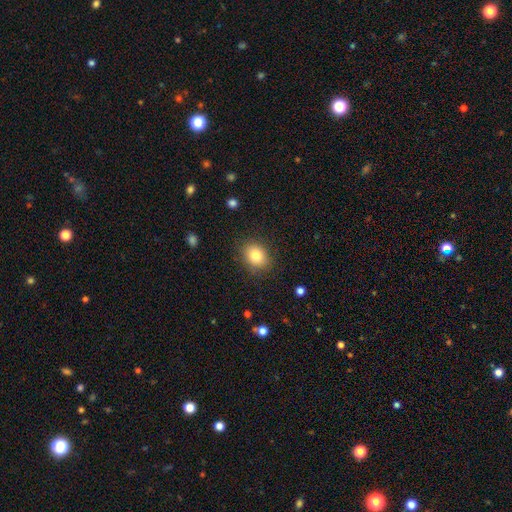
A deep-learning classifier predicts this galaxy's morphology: This is clearly a smooth galaxy (82%). How rounded: possibly round (59%). Merging: clearly none (84%).